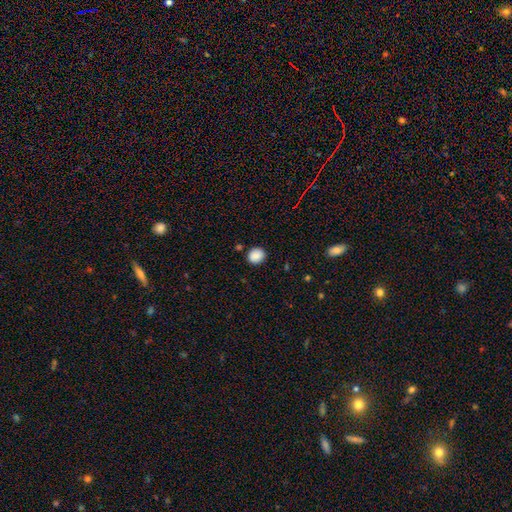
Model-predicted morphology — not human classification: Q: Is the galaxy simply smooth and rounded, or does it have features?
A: smooth — 88%.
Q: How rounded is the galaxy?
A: round — 75%.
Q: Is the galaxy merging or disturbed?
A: none — 88%.